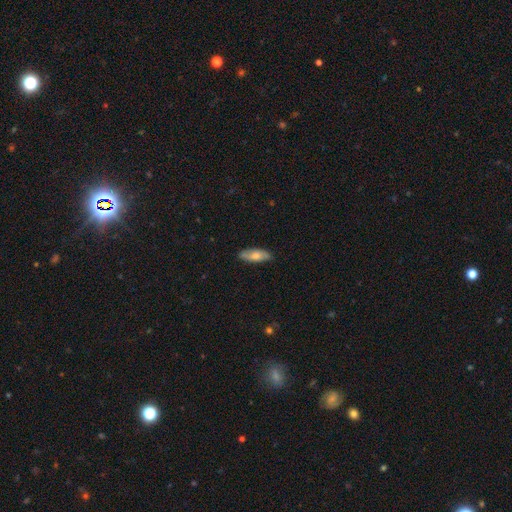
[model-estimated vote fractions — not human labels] Smooth or featured? smooth (65%)
How rounded? in between (67%)
Merging? none (84%)